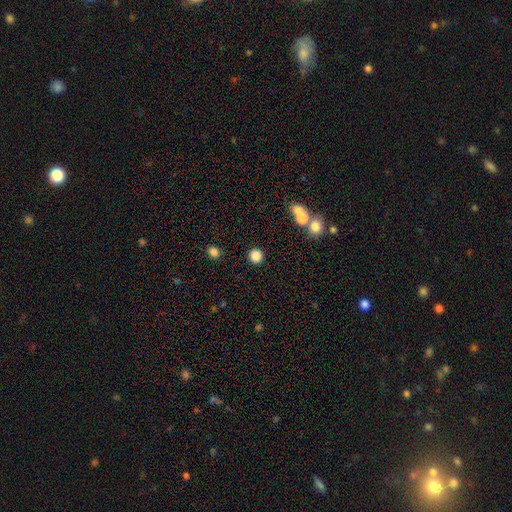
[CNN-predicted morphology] A smooth galaxy with no disk features (84%) that is round (93%). Merging: none (88%).